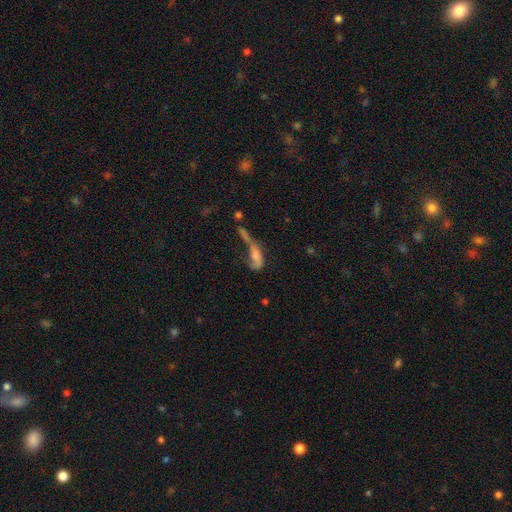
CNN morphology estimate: type=smooth (54%); roundness=in between (68%); merging=merger (43%).